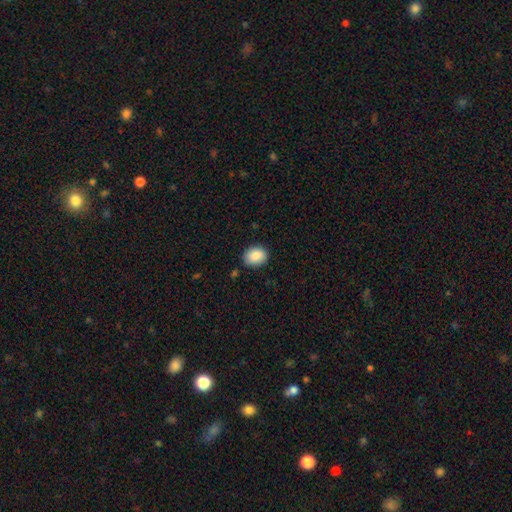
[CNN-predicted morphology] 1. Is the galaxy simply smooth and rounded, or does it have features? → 86% smooth, 8% star or artifact, 6% featured or disk.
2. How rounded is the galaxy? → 52% round, 47% in between, 1% cigar-shaped.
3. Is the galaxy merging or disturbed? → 84% none, 12% minor disturbance, 2% major disturbance, 2% merger.